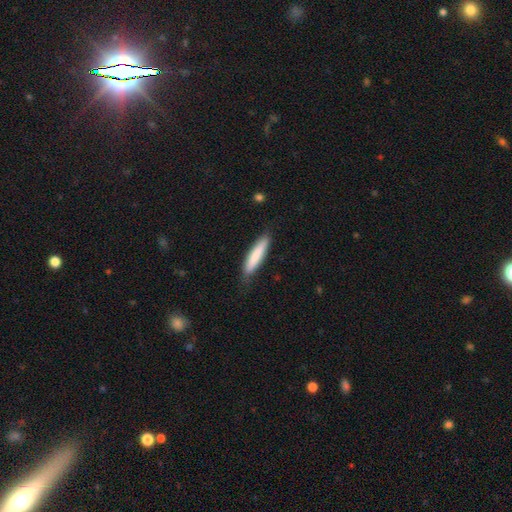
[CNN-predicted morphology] smooth 83%, featured or disk 12%, star or artifact 5%. Down the decision tree: how rounded — cigar-shaped (84%); merging — none (82%).